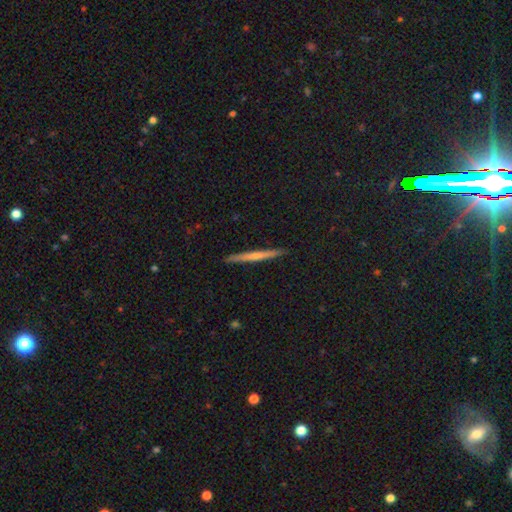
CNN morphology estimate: The model was most divided on "smooth or featured": smooth: 49%, featured or disk: 45%, star or artifact: 6%. More confident: merging — none (91%).